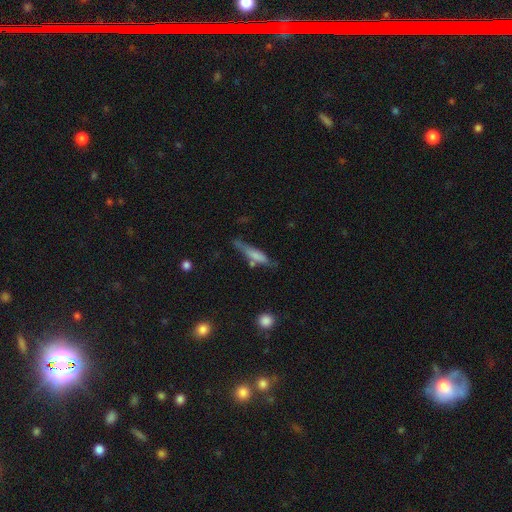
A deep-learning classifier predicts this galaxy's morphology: The model was most divided on "merging": none: 49%, minor disturbance: 28%, major disturbance: 12%, merger: 11%. More confident: how rounded — cigar-shaped (80%); smooth or featured — smooth (64%).